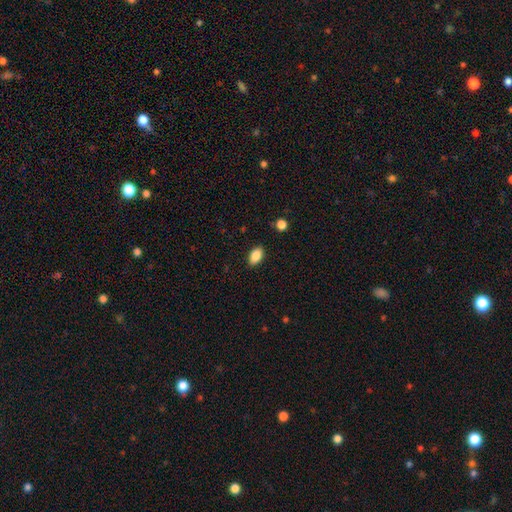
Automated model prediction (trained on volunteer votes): Smooth or featured: smooth — 86% (star or artifact — 8%)
How rounded: in between — 92% (round — 6%)
Merging: none — 88% (minor disturbance — 9%)